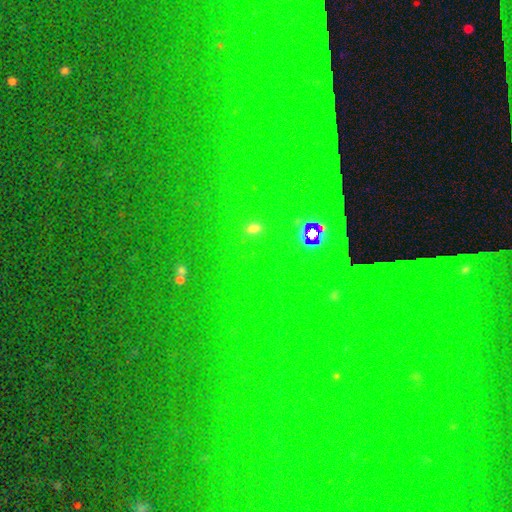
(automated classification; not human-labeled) The model was most divided on "smooth or featured": star or artifact: 81%, smooth: 11%, featured or disk: 8%.